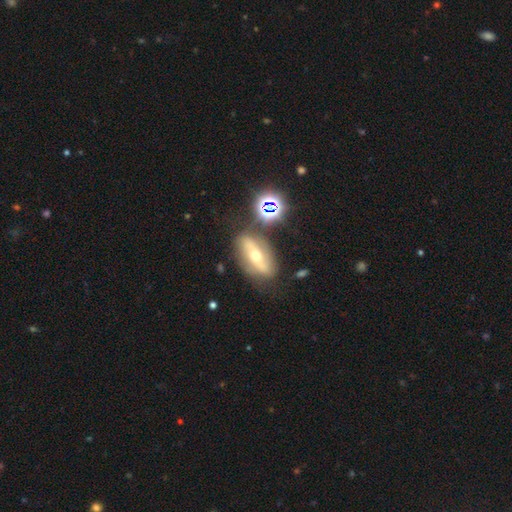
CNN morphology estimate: Overall: featured or disk (63%; smooth 25%). Edge-on disk: no (72%). Merging: none (72%).